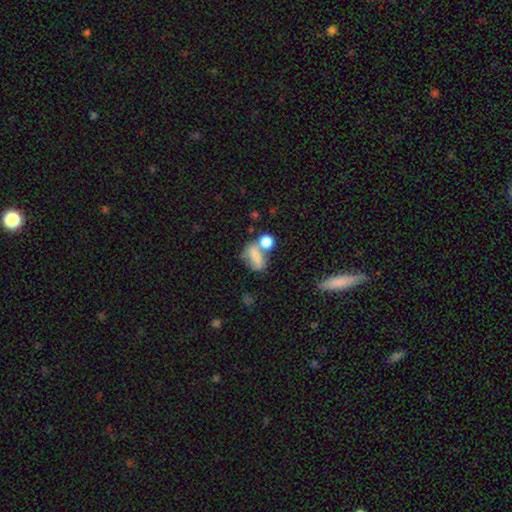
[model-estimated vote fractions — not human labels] This appears to be a smooth galaxy with no disk features (67%) that is in between round and cigar-shaped (74%). Merging: merger (44%).